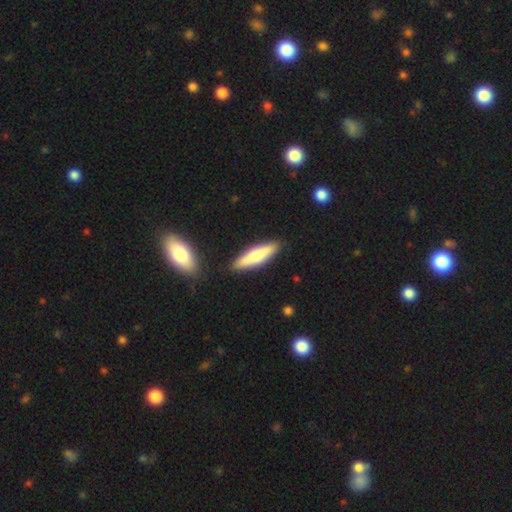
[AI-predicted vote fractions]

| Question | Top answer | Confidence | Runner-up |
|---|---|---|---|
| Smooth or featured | smooth | 59% | featured or disk (35%) |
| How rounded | cigar-shaped | 74% | in between (24%) |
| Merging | none | 88% | minor disturbance (8%) |